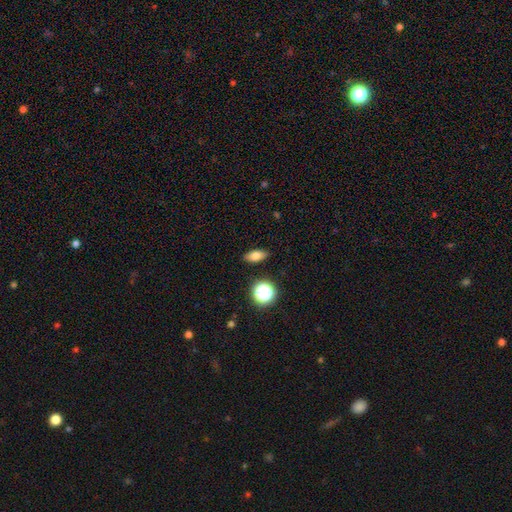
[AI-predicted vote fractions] Morphology: type=smooth (76%); roundness=in between (75%); merging=none (88%).